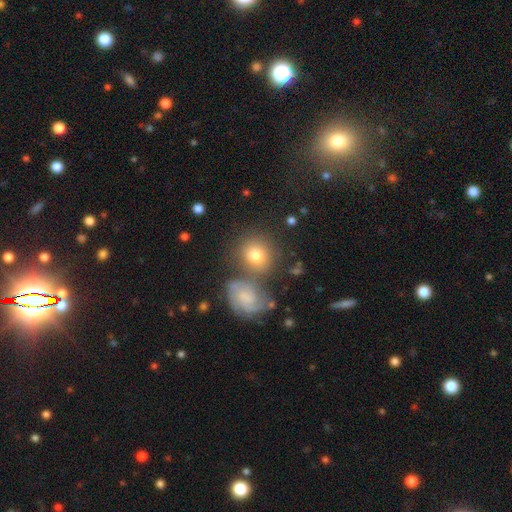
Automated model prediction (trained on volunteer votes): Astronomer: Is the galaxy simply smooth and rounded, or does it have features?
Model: smooth — 69%.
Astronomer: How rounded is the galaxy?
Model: round — 80%.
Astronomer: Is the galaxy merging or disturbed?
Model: none — 60%.